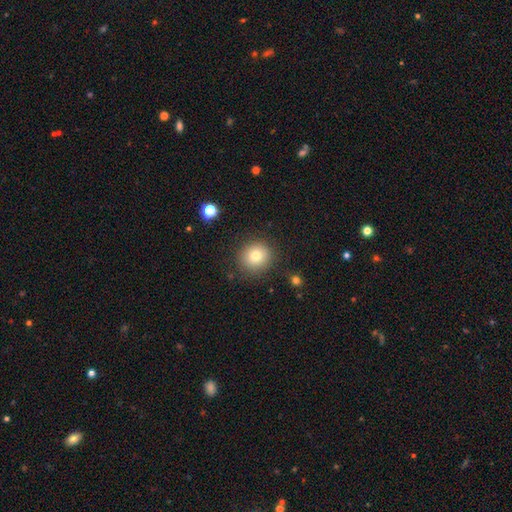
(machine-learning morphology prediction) Q: Smooth or featured?
A: smooth (77%); runner-up: star or artifact (12%)
Q: How rounded?
A: round (89%); runner-up: in between (10%)
Q: Merging?
A: none (87%); runner-up: minor disturbance (8%)